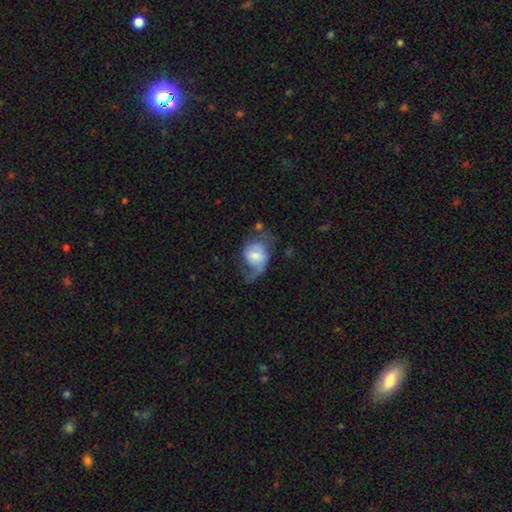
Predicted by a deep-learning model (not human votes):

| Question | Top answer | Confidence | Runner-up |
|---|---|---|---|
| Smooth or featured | featured or disk | 50% | smooth (42%) |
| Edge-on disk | no | 96% | yes (4%) |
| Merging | major disturbance | 40% | none (31%) |